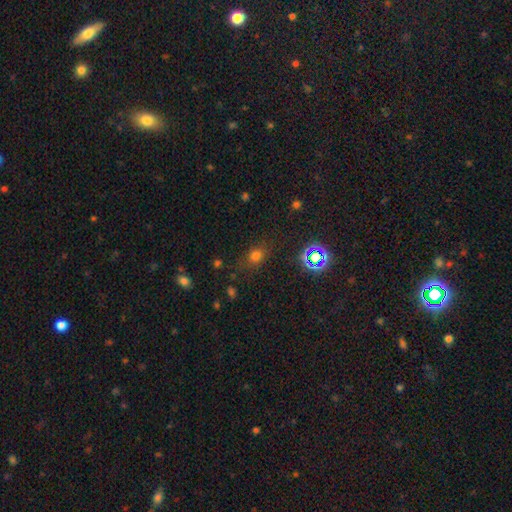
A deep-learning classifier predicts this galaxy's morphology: smooth_or_featured: smooth (p=0.67) [alt: star or artifact p=0.25]
how_rounded: round (p=0.54) [alt: in between p=0.44]
merging: none (p=0.74) [alt: minor disturbance p=0.16]